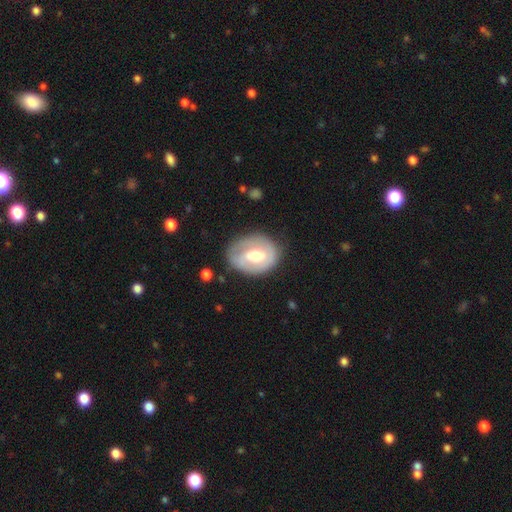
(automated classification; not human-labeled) smooth-or-featured: featured or disk: 64% | smooth: 31% | star or artifact: 5%
  disk-edge-on: no: 96% | yes: 4%
    bar: weak: 42% | no: 40% | strong: 18%
    has-spiral-arms: yes: 62% | no: 38%
    bulge-size: moderate: 68% | large: 19% | small: 11% | dominant: 1% | none: 1%
  merging: none: 68% | minor disturbance: 22% | major disturbance: 9% | merger: 2%